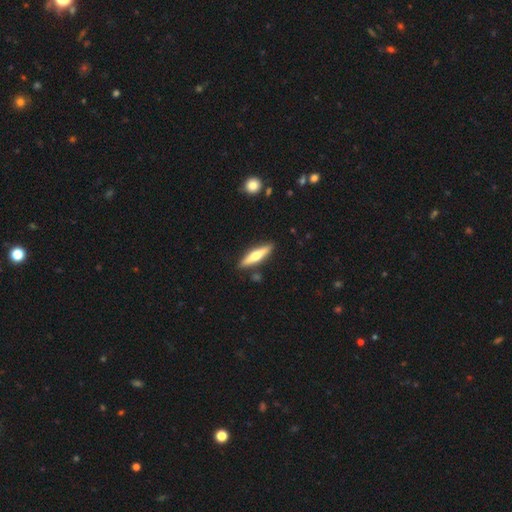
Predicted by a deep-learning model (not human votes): Overall: featured or disk (50%; smooth 45%). Merging: none (87%).